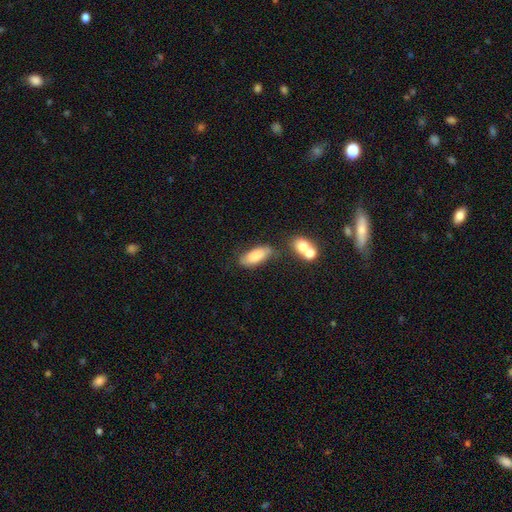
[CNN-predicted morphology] A smooth galaxy with no disk features (82%) that is in between round and cigar-shaped (81%). Merging: none (60%).